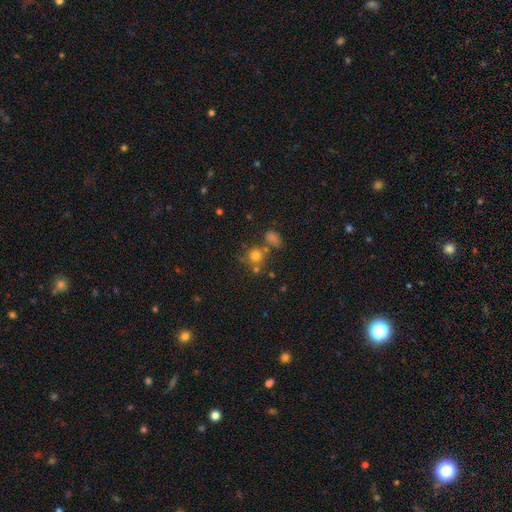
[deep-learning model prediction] Overall: smooth (72%). How rounded: round (85%). Merging: none (58%; merger 22%).